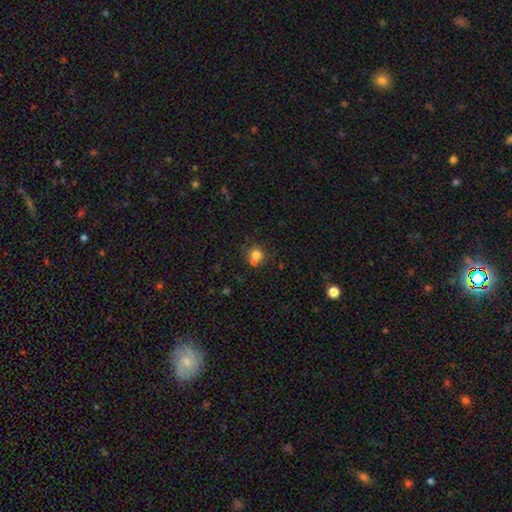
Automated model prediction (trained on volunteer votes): smooth_or_featured: smooth (p=0.75) [alt: star or artifact p=0.13]
how_rounded: round (p=0.85) [alt: in between p=0.14]
merging: none (p=0.47) [alt: merger p=0.40]